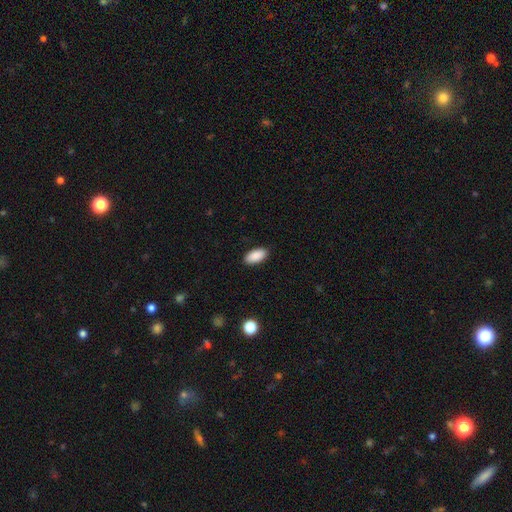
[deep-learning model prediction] The model was most divided on "merging": none: 89%, minor disturbance: 8%, major disturbance: 2%, merger: 1%. More confident: how rounded — in between (93%); smooth or featured — smooth (90%).